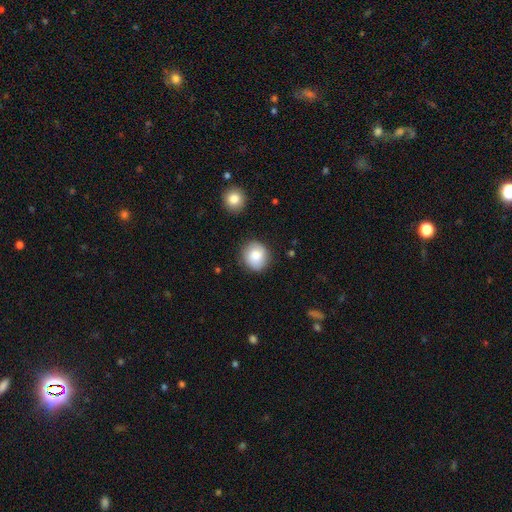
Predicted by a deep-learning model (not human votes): Smooth or featured? smooth (83%)
How rounded? round (86%)
Merging? none (85%)